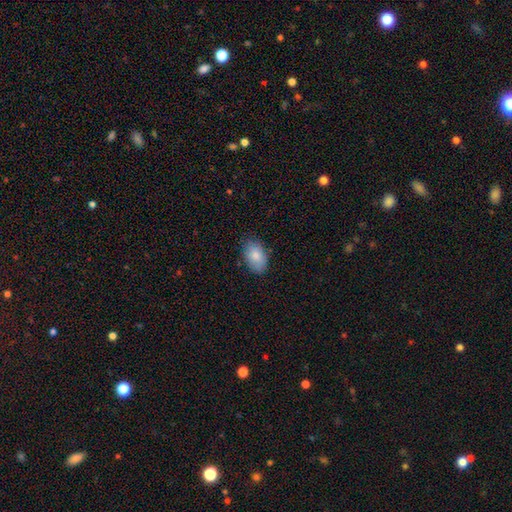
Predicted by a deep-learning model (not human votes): smooth-or-featured: smooth: 85% | featured or disk: 9% | star or artifact: 6%
  how-rounded: in between: 91% | round: 8% | cigar-shaped: 1%
  merging: none: 82% | minor disturbance: 15% | major disturbance: 3% | merger: 1%